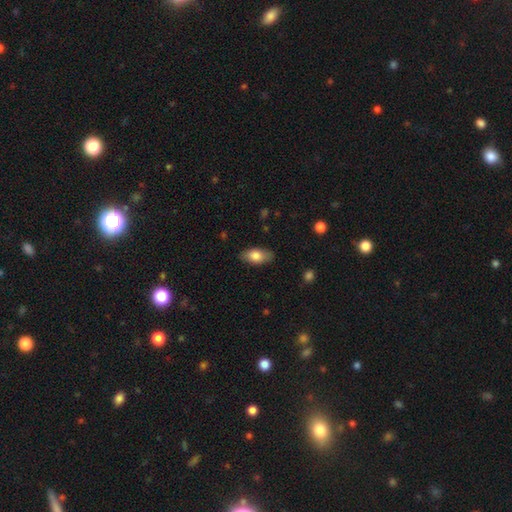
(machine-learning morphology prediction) The model was most divided on "smooth or featured": smooth: 79%, featured or disk: 15%, star or artifact: 6%. More confident: how rounded — in between (90%); merging — none (85%).